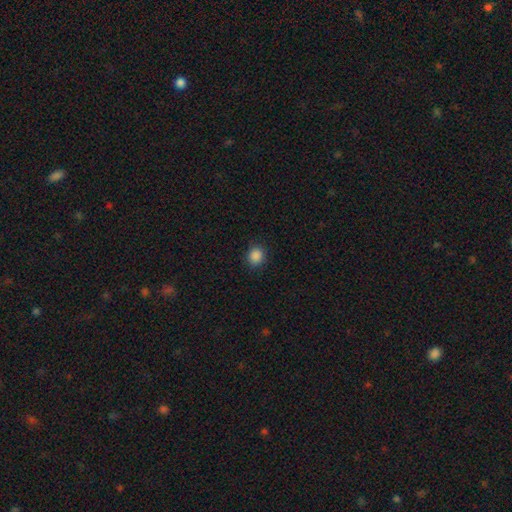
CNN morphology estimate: smooth-or-featured: smooth: 87% | star or artifact: 11% | featured or disk: 2%
  how-rounded: round: 79% | in between: 20% | cigar-shaped: 1%
  merging: none: 90% | minor disturbance: 7% | major disturbance: 2% | merger: 1%